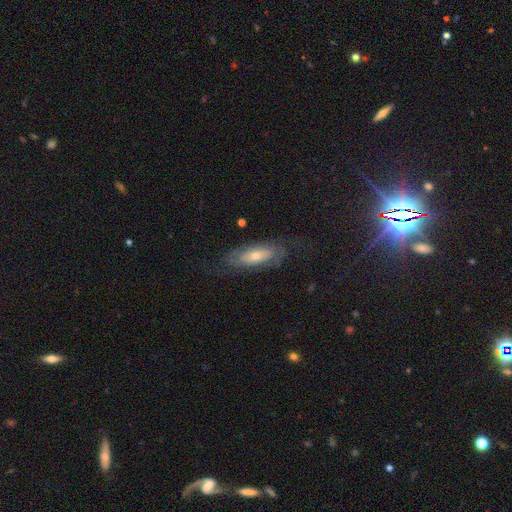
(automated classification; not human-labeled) smooth_or_featured: featured or disk (p=0.63) [alt: smooth p=0.29]
disk_edge_on: no (p=0.83) [alt: yes p=0.17]
bar: no (p=0.68) [alt: weak p=0.24]
has_spiral_arms: yes (p=0.78) [alt: no p=0.22]
bulge_size: moderate (p=0.51) [alt: small p=0.41]
merging: none (p=0.69) [alt: minor disturbance p=0.18]